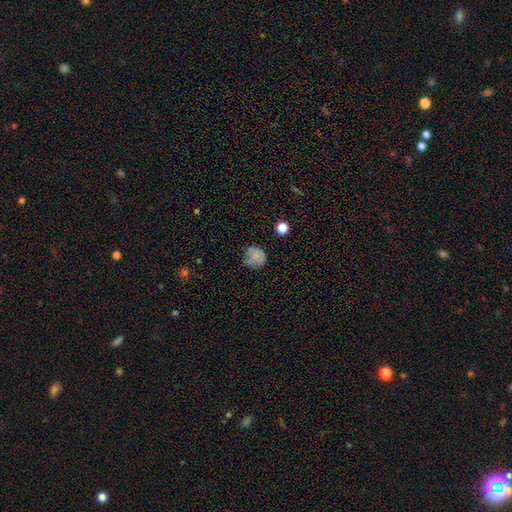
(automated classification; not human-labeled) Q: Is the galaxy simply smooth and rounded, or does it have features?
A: smooth — 76%.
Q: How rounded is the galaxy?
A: round — 86%.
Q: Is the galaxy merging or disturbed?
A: none — 69%.